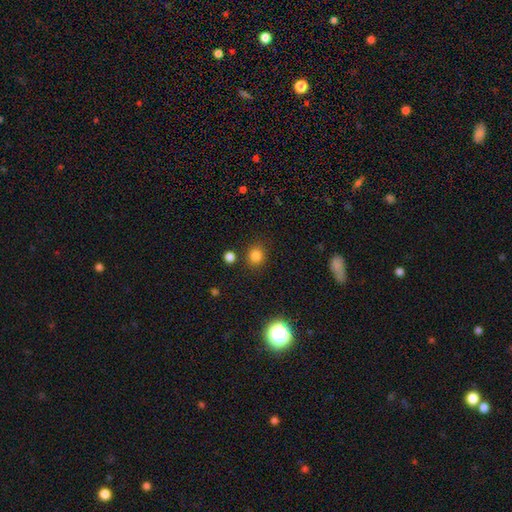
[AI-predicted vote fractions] Smooth or featured: smooth — 81% (star or artifact — 14%)
How rounded: round — 81% (in between — 18%)
Merging: none — 83% (minor disturbance — 9%)